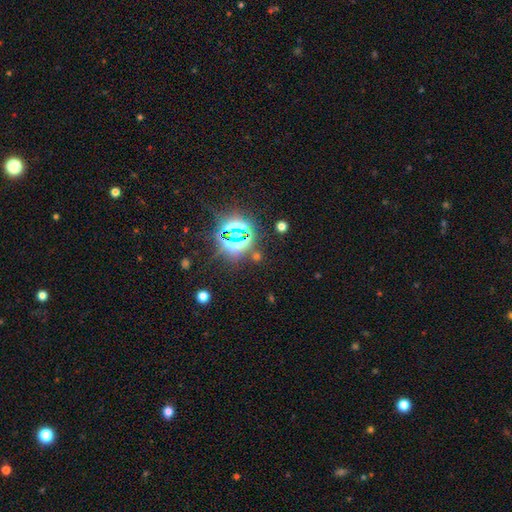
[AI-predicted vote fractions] Morphology: type=star or artifact (78%).